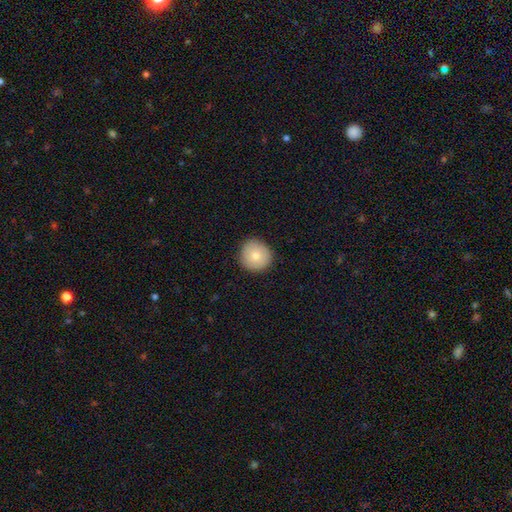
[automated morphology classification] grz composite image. It shows a smooth galaxy with no disk features (76%) that is round (93%). Merging: none (90%).